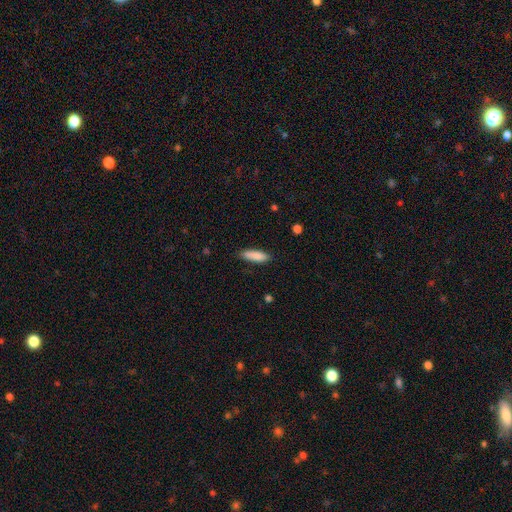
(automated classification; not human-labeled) Smooth or featured?
  - smooth: 88% *
  - featured or disk: 6%
  - star or artifact: 6%
How rounded?
  - cigar-shaped: 54% *
  - in between: 45%
  - round: 2%
Merging?
  - none: 85% *
  - minor disturbance: 12%
  - major disturbance: 2%
  - merger: 1%